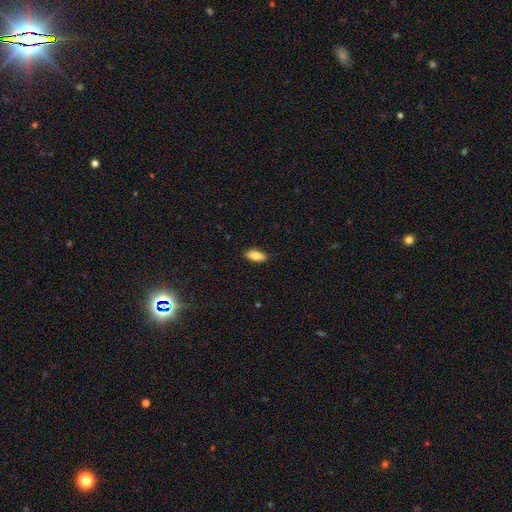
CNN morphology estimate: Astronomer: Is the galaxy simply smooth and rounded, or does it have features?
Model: smooth — 82%.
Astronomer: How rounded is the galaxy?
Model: in between — 86%.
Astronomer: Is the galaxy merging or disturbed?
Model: none — 87%.